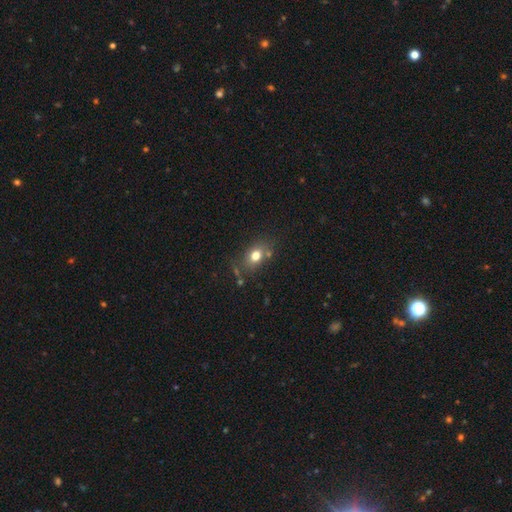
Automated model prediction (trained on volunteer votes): Overall: smooth (75%). How rounded: in between (61%; round 37%). Merging: none (68%).